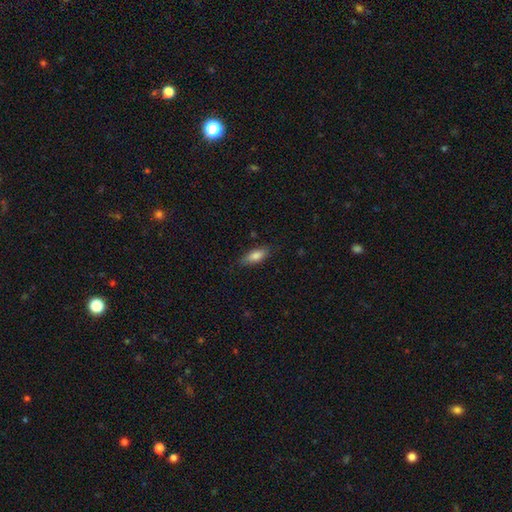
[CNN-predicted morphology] A smooth galaxy with no disk features (82%) that is in between round and cigar-shaped (77%).

Vote fractions:
- Smooth or featured? smooth: 82% / featured or disk: 11% / star or artifact: 7%
- How rounded? in between: 77% / cigar-shaped: 21% / round: 2%
- Merging? none: 81% / minor disturbance: 15% / major disturbance: 3% / merger: 1%